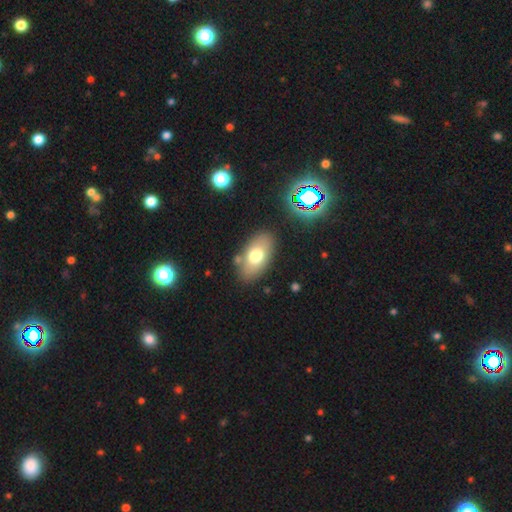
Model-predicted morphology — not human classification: Q: Smooth or featured?
A: smooth (70%); runner-up: featured or disk (20%)
Q: How rounded?
A: in between (91%); runner-up: round (6%)
Q: Merging?
A: none (81%); runner-up: minor disturbance (12%)